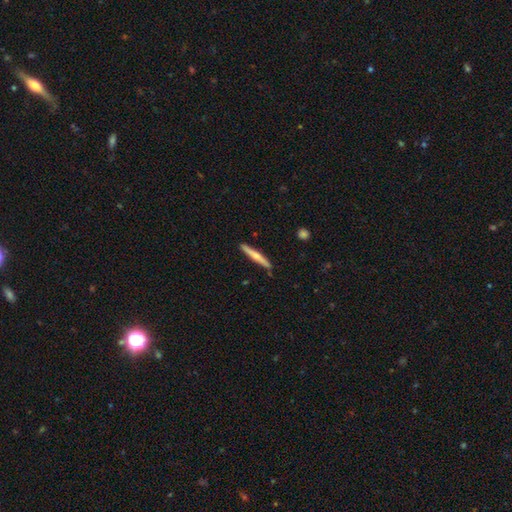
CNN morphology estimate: type=smooth (49%); merging=none (88%).